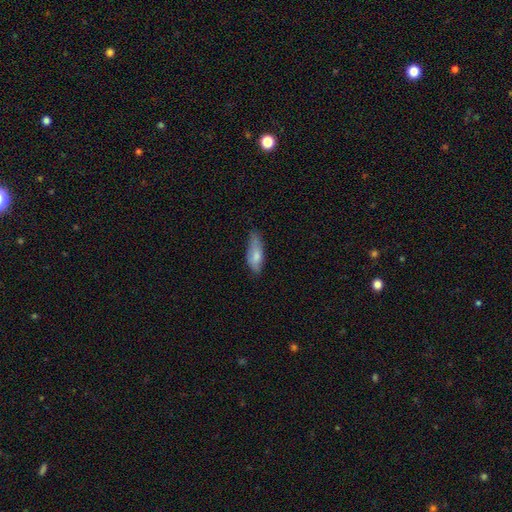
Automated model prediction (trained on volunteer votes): Smooth or featured?
  - smooth: 76% *
  - featured or disk: 18%
  - star or artifact: 6%
How rounded?
  - in between: 70% *
  - cigar-shaped: 27%
  - round: 2%
Merging?
  - none: 53% *
  - minor disturbance: 36%
  - major disturbance: 9%
  - merger: 2%